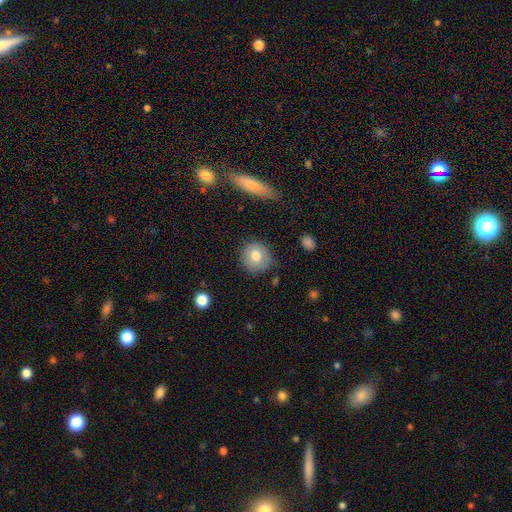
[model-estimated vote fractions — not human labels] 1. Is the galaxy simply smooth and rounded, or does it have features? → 74% smooth, 18% featured or disk, 8% star or artifact.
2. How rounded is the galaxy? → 88% round, 11% in between, 1% cigar-shaped.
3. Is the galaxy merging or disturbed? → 79% none, 15% minor disturbance, 4% major disturbance, 2% merger.